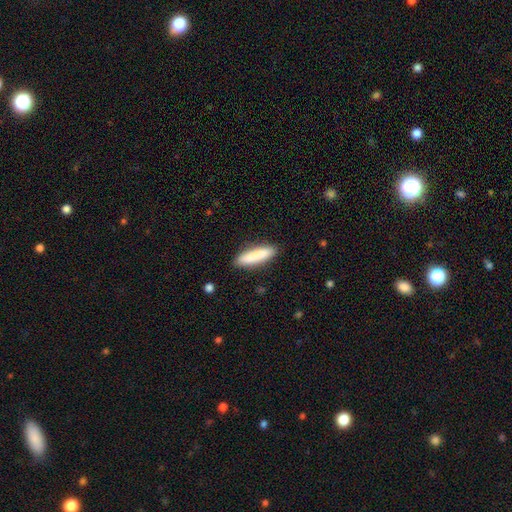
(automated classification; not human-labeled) Smooth or featured?
  - smooth: 86% *
  - featured or disk: 8%
  - star or artifact: 6%
How rounded?
  - cigar-shaped: 72% *
  - in between: 27%
  - round: 1%
Merging?
  - none: 88% *
  - minor disturbance: 9%
  - major disturbance: 2%
  - merger: 1%